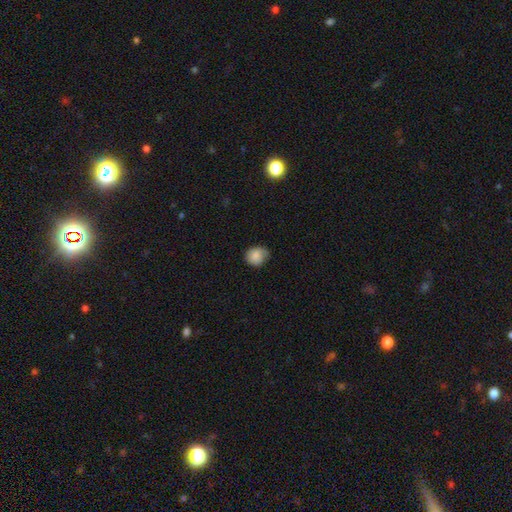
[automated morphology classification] This appears to be a smooth galaxy with no disk features (85%) that is round (70%). Merging: none (59%).